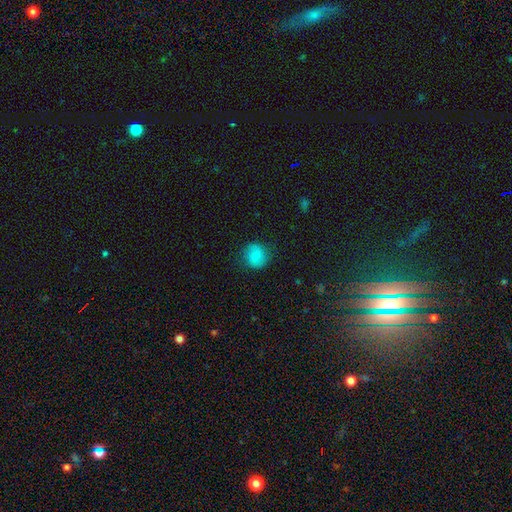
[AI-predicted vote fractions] A smooth galaxy with no disk features (78%) that is round (82%). Merging: none (78%).